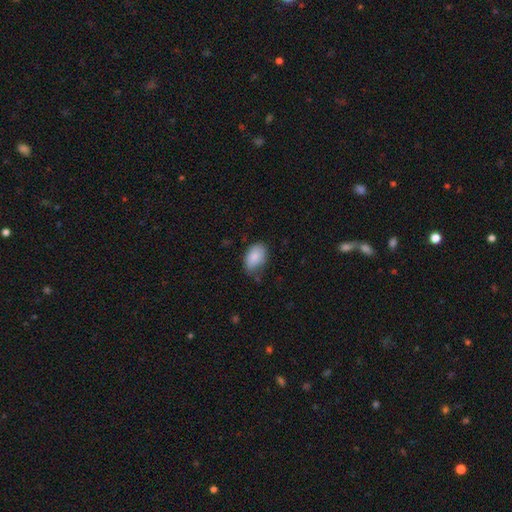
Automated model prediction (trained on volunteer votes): smooth-or-featured: smooth: 86% | featured or disk: 7% | star or artifact: 7%
  how-rounded: in between: 90% | round: 9% | cigar-shaped: 1%
  merging: none: 65% | minor disturbance: 27% | major disturbance: 5% | merger: 2%